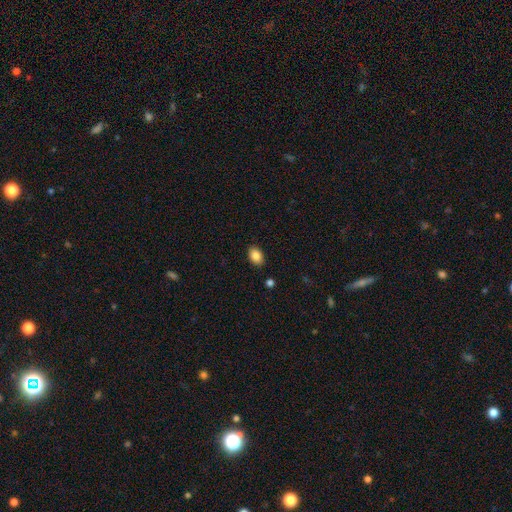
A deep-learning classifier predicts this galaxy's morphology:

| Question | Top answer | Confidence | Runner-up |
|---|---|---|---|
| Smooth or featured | smooth | 86% | star or artifact (8%) |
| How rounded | in between | 84% | round (14%) |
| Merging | none | 87% | minor disturbance (9%) |